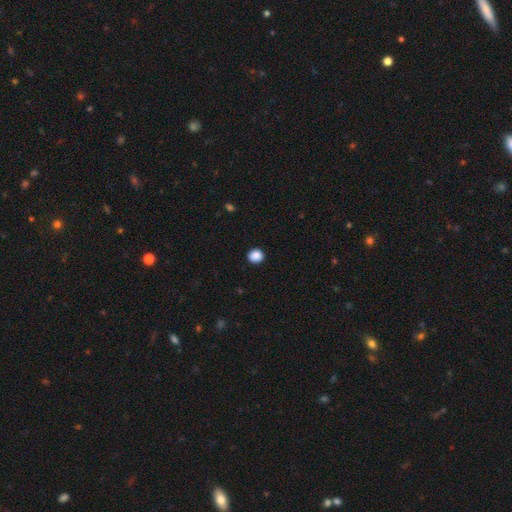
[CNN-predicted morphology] Smooth or featured? smooth (89%)
How rounded? round (81%)
Merging? none (92%)